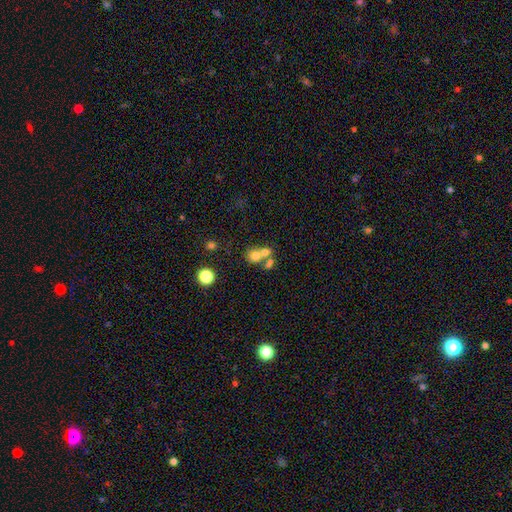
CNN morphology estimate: This is likely a smooth galaxy (69%). How rounded: likely round (76%). Merging: possibly merger (53%).